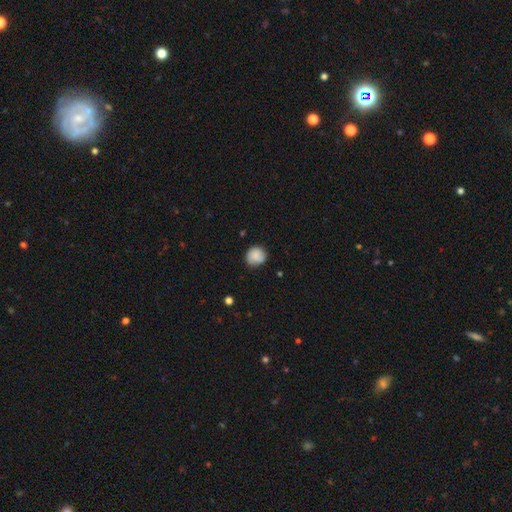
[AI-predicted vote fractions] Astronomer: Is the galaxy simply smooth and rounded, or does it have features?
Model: smooth — 78%.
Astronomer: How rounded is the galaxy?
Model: round — 86%.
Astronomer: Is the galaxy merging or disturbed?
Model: none — 72%.